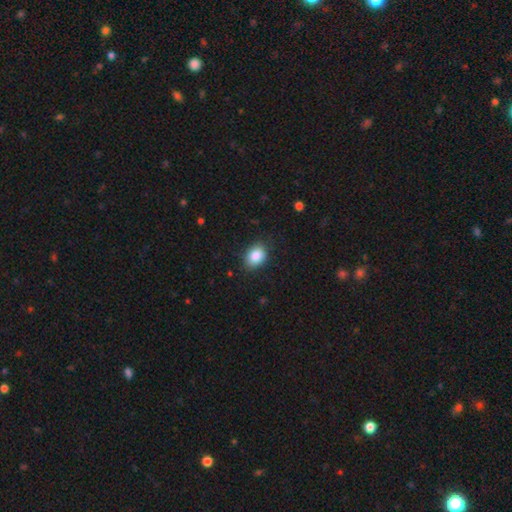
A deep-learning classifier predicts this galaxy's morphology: The model was most divided on "how rounded": in between: 68%, round: 31%, cigar-shaped: 1%. More confident: smooth or featured — smooth (87%); merging — none (82%).